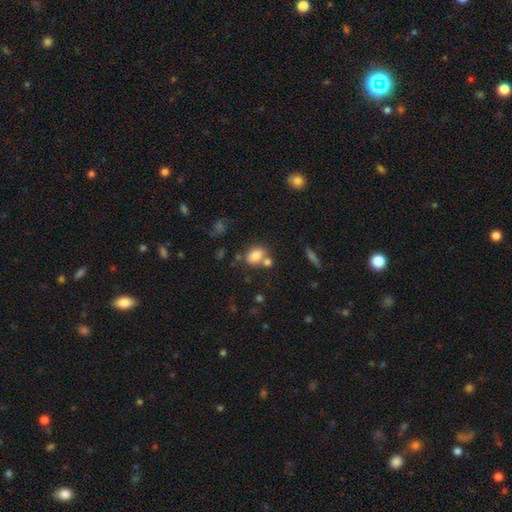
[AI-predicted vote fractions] Smooth or featured? smooth (80%)
How rounded? in between (81%)
Merging? none (56%)